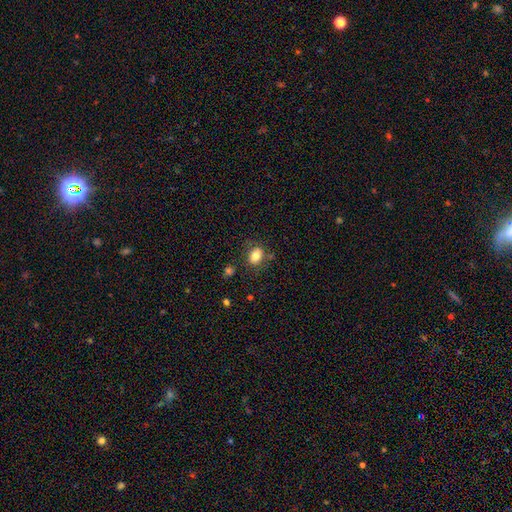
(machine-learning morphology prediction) Smooth or featured? Predicted: smooth (p=0.80). How rounded? Predicted: in between (p=0.69). Merging? Predicted: none (p=0.73).